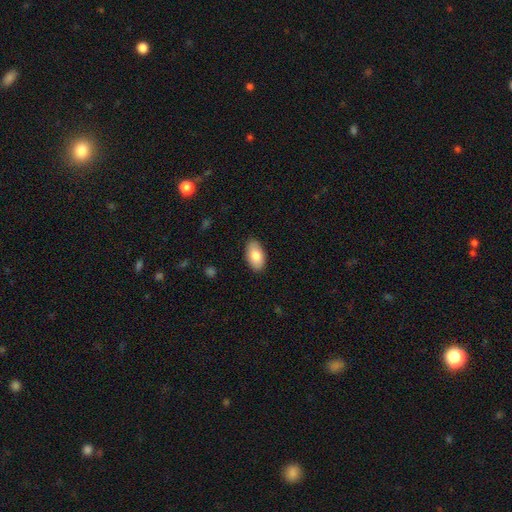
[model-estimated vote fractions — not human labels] A smooth galaxy with no disk features (82%) that is in between round and cigar-shaped (95%). Merging: none (88%).